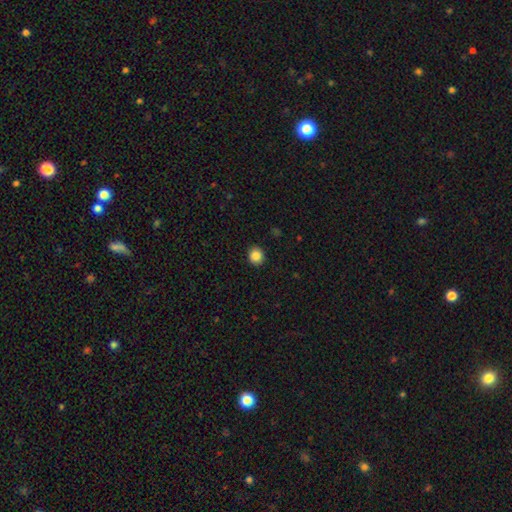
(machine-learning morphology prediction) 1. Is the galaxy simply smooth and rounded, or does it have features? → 86% smooth, 10% star or artifact, 4% featured or disk.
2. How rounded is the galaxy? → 85% round, 14% in between, 1% cigar-shaped.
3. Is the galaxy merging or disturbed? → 92% none, 6% minor disturbance, 2% major disturbance, 1% merger.